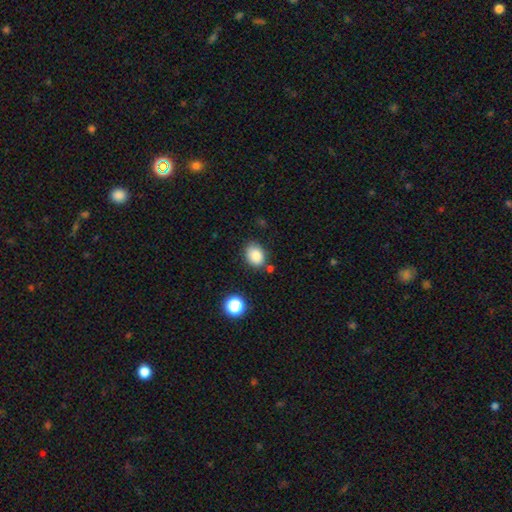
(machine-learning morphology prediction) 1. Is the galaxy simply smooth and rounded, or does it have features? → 85% smooth, 10% star or artifact, 5% featured or disk.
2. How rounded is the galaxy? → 64% in between, 35% round, 1% cigar-shaped.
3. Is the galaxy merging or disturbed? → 75% none, 16% minor disturbance, 5% merger, 4% major disturbance.